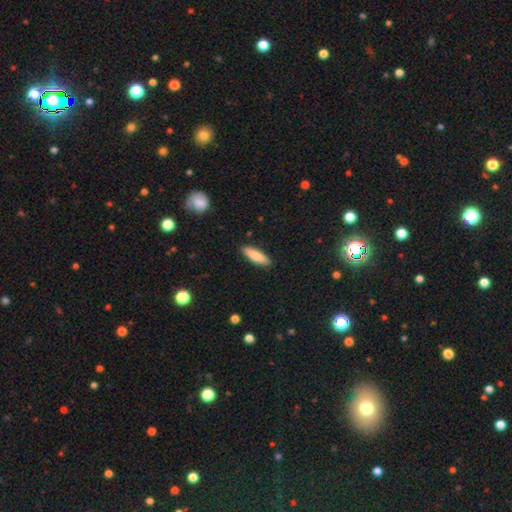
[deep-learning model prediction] Morphology: type=smooth (83%); roundness=cigar-shaped (63%); merging=none (89%).